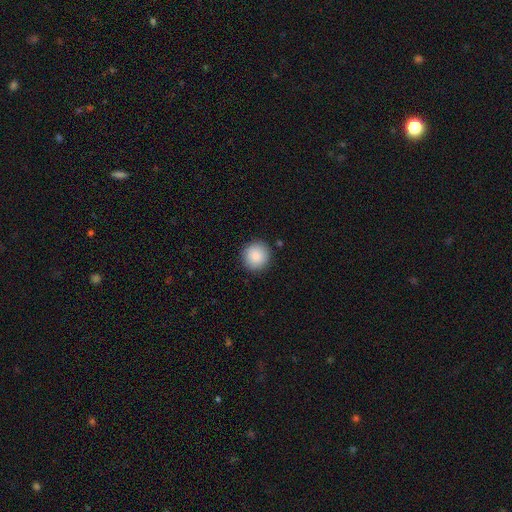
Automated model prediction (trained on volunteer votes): Smooth or featured? Predicted: smooth (p=0.88). How rounded? Predicted: round (p=0.93). Merging? Predicted: none (p=0.91).